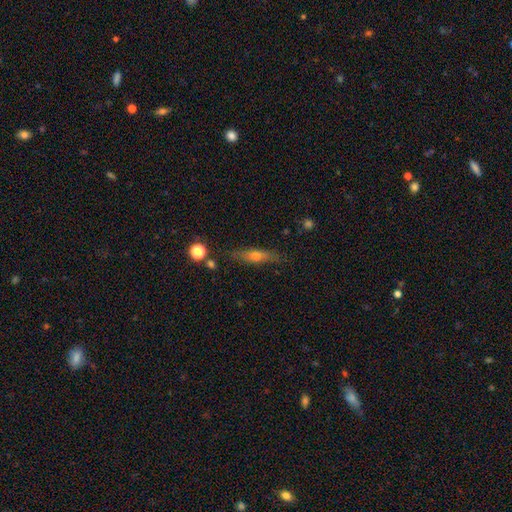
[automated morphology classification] Smooth or featured? smooth (46%)
Merging? none (79%)